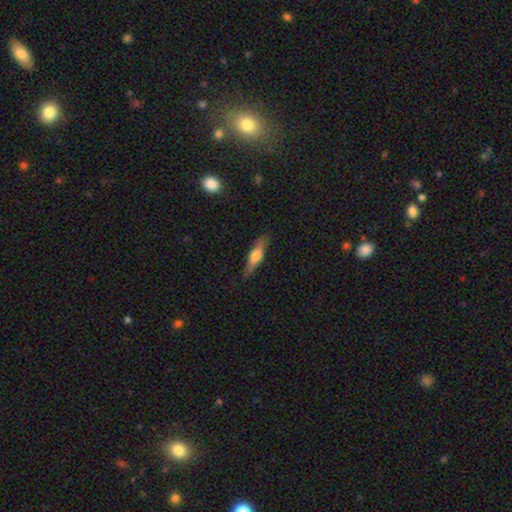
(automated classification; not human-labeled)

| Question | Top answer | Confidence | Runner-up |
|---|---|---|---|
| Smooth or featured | smooth | 49% | featured or disk (45%) |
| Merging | none | 85% | minor disturbance (11%) |